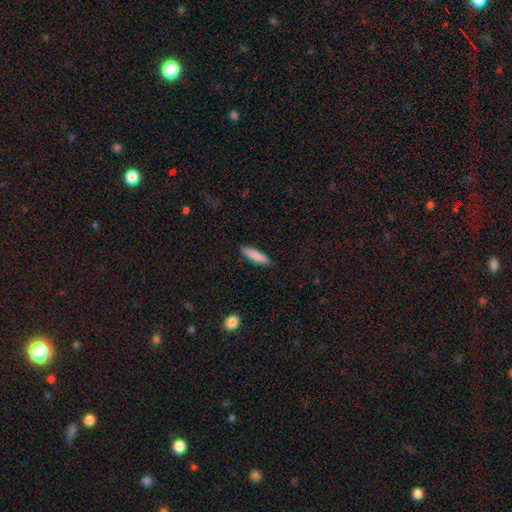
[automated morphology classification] This is clearly a smooth galaxy (87%). How rounded: likely cigar-shaped (69%). Merging: clearly none (90%).